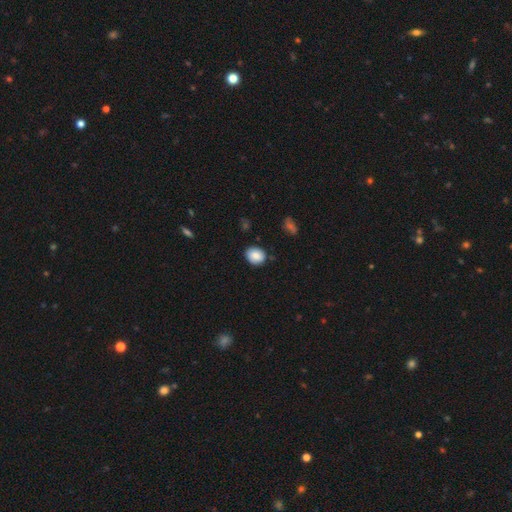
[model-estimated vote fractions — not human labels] Smooth or featured? Predicted: smooth (p=0.83). How rounded? Predicted: round (p=0.57). Merging? Predicted: none (p=0.83).